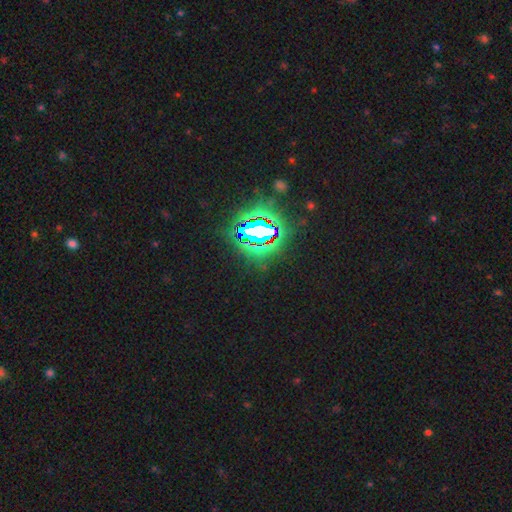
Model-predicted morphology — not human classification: Smooth or featured? star or artifact (83%)